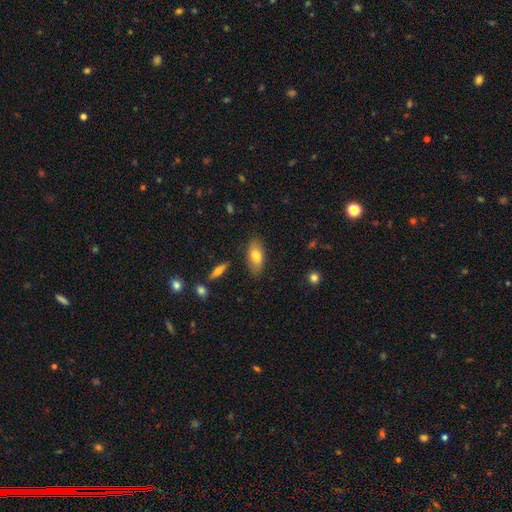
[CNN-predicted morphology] Q: Smooth or featured?
A: smooth (75%); runner-up: featured or disk (18%)
Q: How rounded?
A: in between (85%); runner-up: cigar-shaped (12%)
Q: Merging?
A: none (81%); runner-up: minor disturbance (14%)